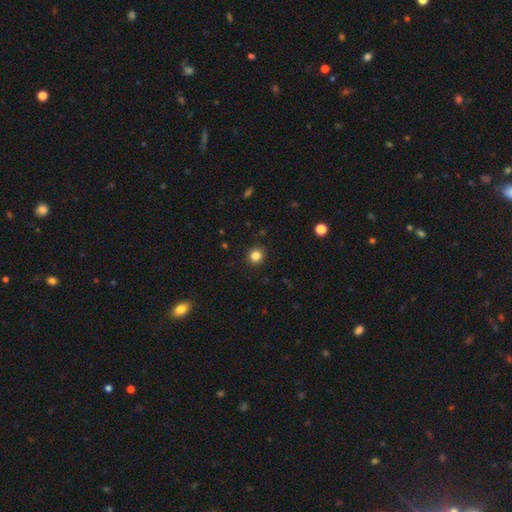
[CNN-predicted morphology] This appears to be a smooth galaxy with no disk features (83%) that is round (91%). Merging: none (92%).